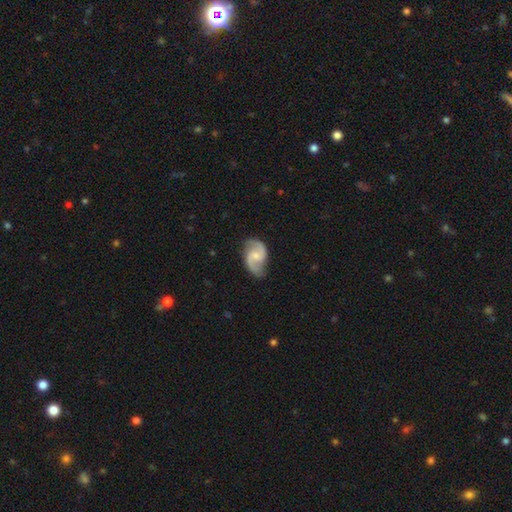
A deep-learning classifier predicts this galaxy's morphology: Smooth or featured?
  - featured or disk: 86% *
  - smooth: 10%
  - star or artifact: 5%
Edge-on disk?
  - no: 98% *
  - yes: 2%
Bar?
  - weak: 48% *
  - no: 43%
  - strong: 9%
Spiral arms?
  - yes: 97% *
  - no: 3%
Spiral winding?
  - medium: 53% *
  - loose: 33%
  - tight: 14%
Spiral arm count?
  - 2: 93% *
  - can't tell: 2%
  - 1: 2%
  - 3: 1%
  - 4: 1%
  - more than 4: 1%
Bulge size?
  - small: 49% *
  - moderate: 36%
  - none: 12%
  - large: 2%
  - dominant: 1%
Merging?
  - none: 77% *
  - minor disturbance: 17%
  - major disturbance: 5%
  - merger: 1%